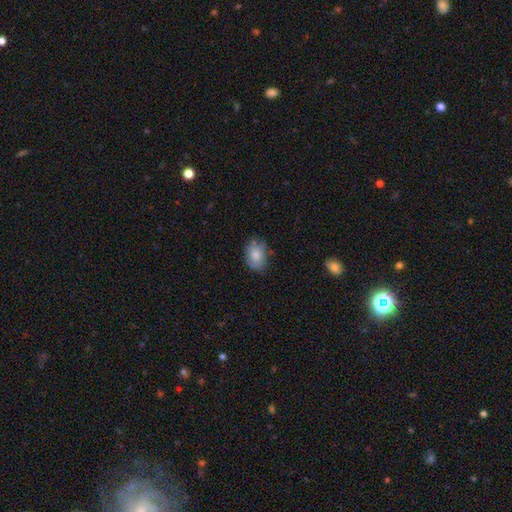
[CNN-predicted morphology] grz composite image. It shows a smooth galaxy with no disk features (80%) that is in between round and cigar-shaped (79%). Merging: none (75%).